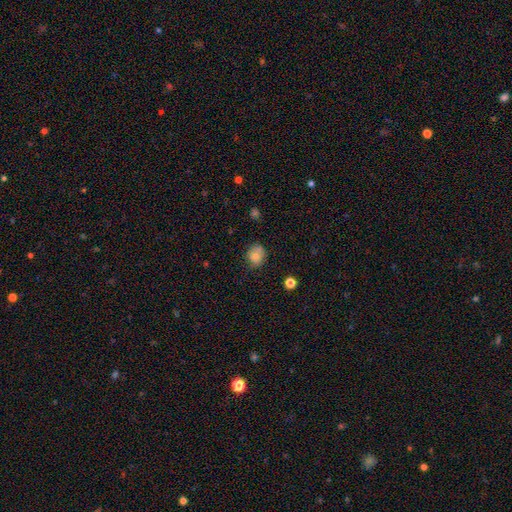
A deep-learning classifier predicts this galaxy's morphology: smooth-or-featured: smooth: 78% | featured or disk: 12% | star or artifact: 11%
  how-rounded: round: 65% | in between: 34% | cigar-shaped: 1%
  merging: none: 65% | minor disturbance: 25% | major disturbance: 6% | merger: 5%